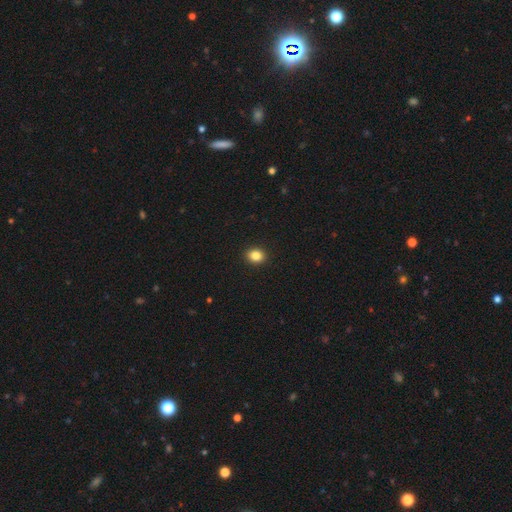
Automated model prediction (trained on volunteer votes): A smooth galaxy with no disk features (86%) that is round (62%). Merging: none (92%).